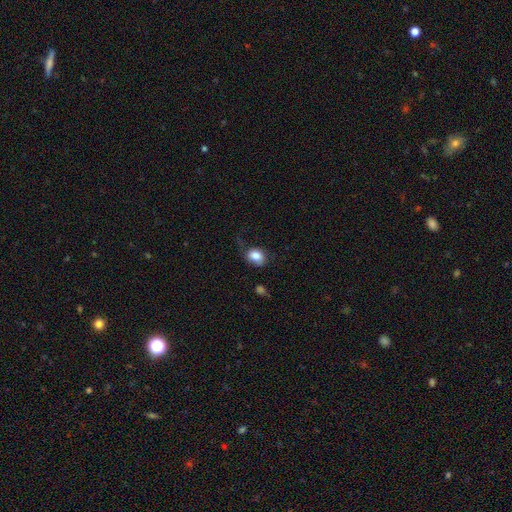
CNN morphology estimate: Smooth or featured? smooth (82%)
How rounded? in between (53%)
Merging? none (52%)